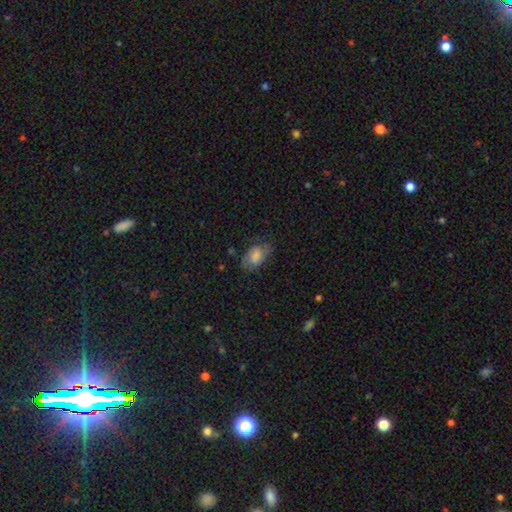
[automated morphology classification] Smooth or featured?
  - smooth: 63% *
  - featured or disk: 29%
  - star or artifact: 8%
How rounded?
  - in between: 86% *
  - round: 12%
  - cigar-shaped: 2%
Merging?
  - none: 61% *
  - minor disturbance: 25%
  - major disturbance: 12%
  - merger: 2%